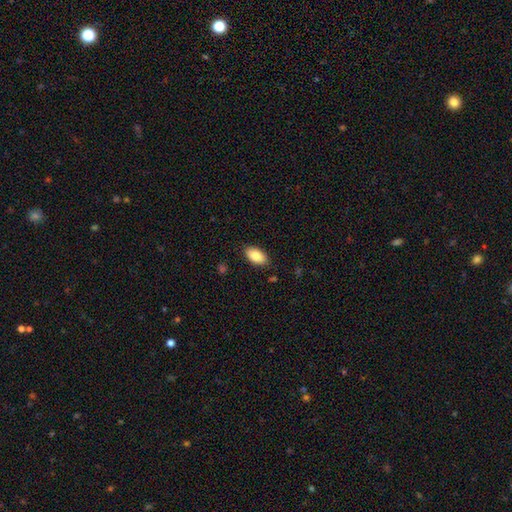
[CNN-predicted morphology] This appears to be a smooth galaxy with no disk features (86%) that is in between round and cigar-shaped (94%). Merging: none (86%).